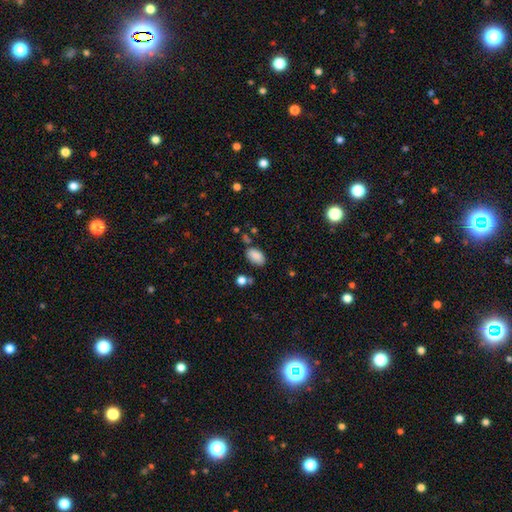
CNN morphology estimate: Smooth or featured? Predicted: smooth (p=0.87). How rounded? Predicted: in between (p=0.92). Merging? Predicted: none (p=0.73).